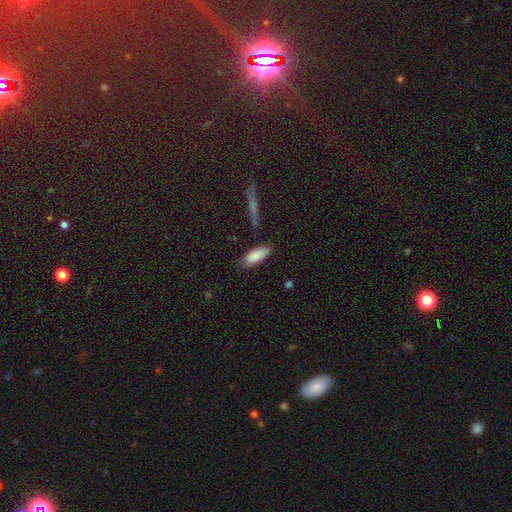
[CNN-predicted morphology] Smooth or featured? smooth (87%)
How rounded? in between (78%)
Merging? none (76%)